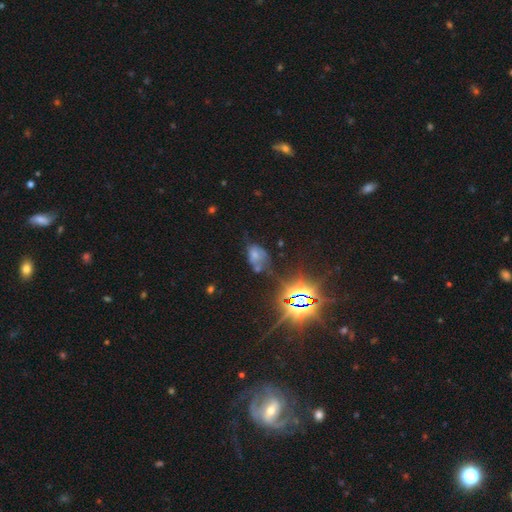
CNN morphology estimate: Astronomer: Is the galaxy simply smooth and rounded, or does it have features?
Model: smooth — 44% (runner-up: star or artifact, 32%).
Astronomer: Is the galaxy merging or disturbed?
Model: none — 34% (runner-up: minor disturbance, 28%).